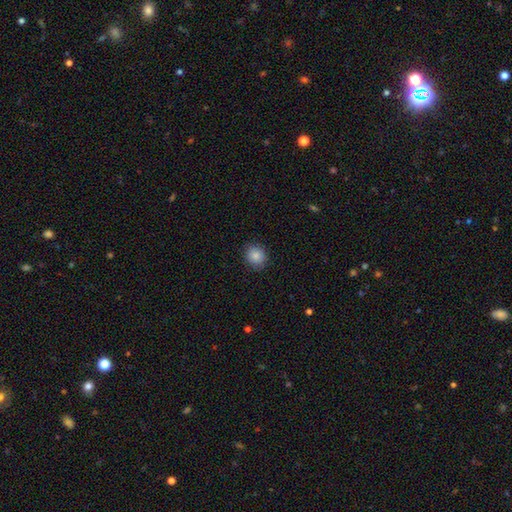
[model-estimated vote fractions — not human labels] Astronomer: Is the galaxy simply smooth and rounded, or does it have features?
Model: smooth — 86%.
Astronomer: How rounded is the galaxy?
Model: round — 77%.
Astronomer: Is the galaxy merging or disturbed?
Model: none — 87%.